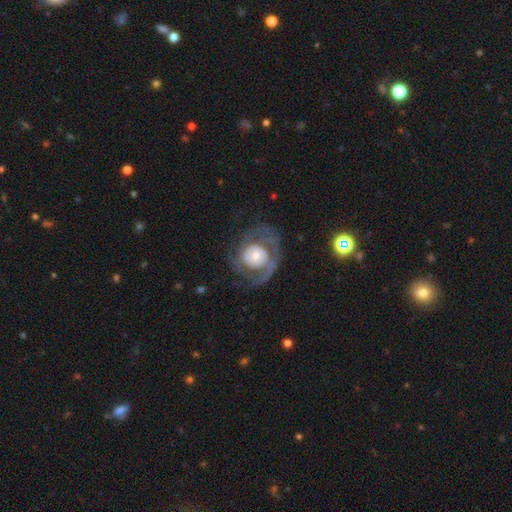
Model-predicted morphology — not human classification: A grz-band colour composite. It shows a featured or disk galaxy (76%) with no bar (76%), 2 (38%) tight (46%) spiral arms (80%) and a small central bulge (45%). Merging: none (54%).